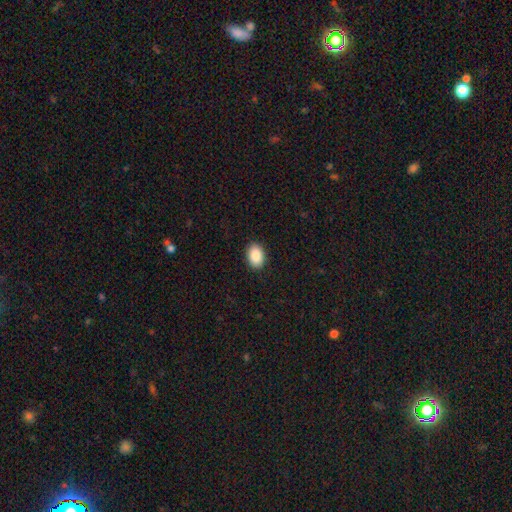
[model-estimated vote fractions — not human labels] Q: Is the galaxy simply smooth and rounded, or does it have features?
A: smooth — 90%.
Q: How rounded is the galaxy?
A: in between — 87%.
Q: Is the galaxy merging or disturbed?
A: none — 90%.